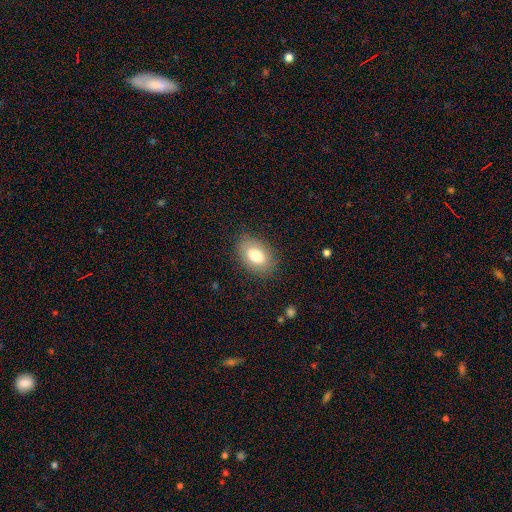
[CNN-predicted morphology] A smooth galaxy with no disk features (76%) that is in between round and cigar-shaped (86%).

Vote fractions:
- Smooth or featured? smooth: 76% / featured or disk: 15% / star or artifact: 8%
- How rounded? in between: 86% / round: 12% / cigar-shaped: 1%
- Merging? none: 84% / minor disturbance: 11% / major disturbance: 4% / merger: 1%